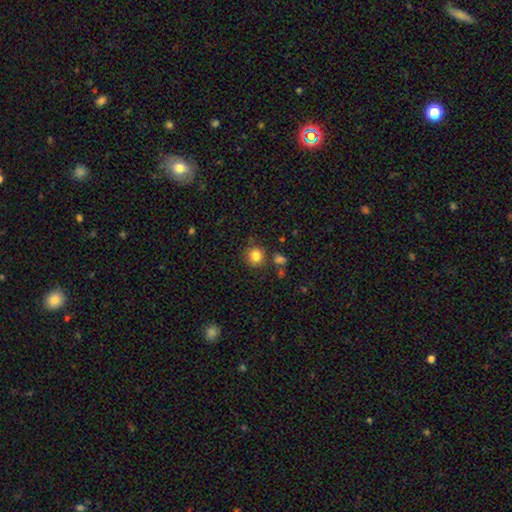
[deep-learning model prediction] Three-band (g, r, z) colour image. It shows a smooth galaxy with no disk features (84%) that is round (91%). Merging: none (81%).